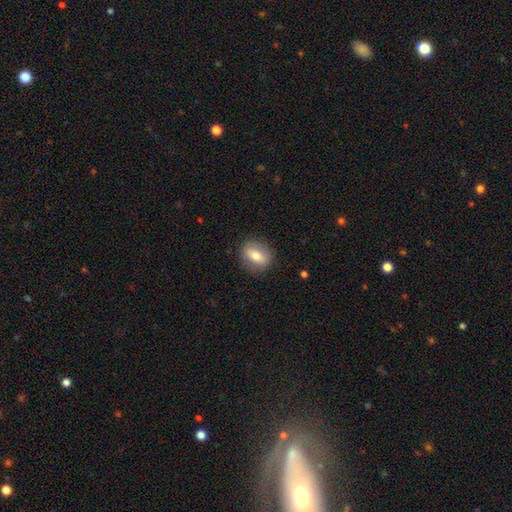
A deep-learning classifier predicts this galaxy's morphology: Q: Smooth or featured?
A: smooth (67%); runner-up: featured or disk (25%)
Q: How rounded?
A: in between (51%); runner-up: round (46%)
Q: Merging?
A: none (86%); runner-up: minor disturbance (10%)